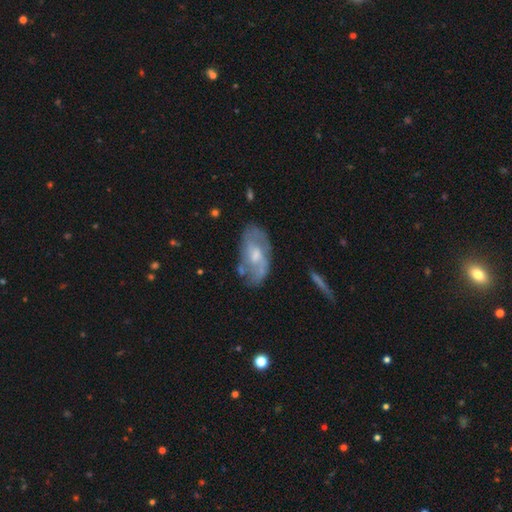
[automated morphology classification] Smooth or featured? featured or disk (65%)
Edge-on disk? no (93%)
Bar? no (53%)
Spiral arms? yes (67%)
Bulge size? moderate (54%)
Merging? none (61%)